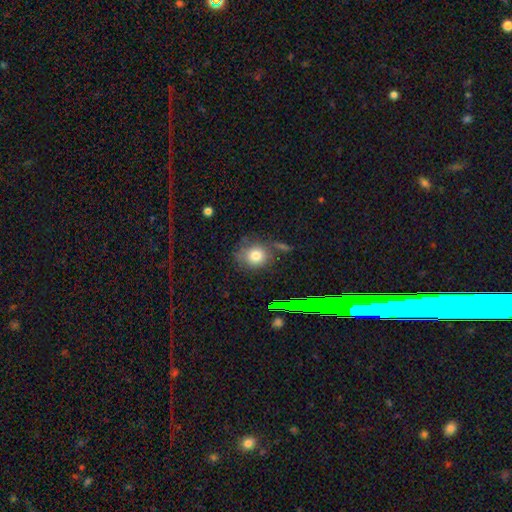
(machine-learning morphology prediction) The model was most divided on "merging": none: 67%, minor disturbance: 18%, merger: 8%, major disturbance: 7%. More confident: how rounded — round (77%); smooth or featured — smooth (77%).